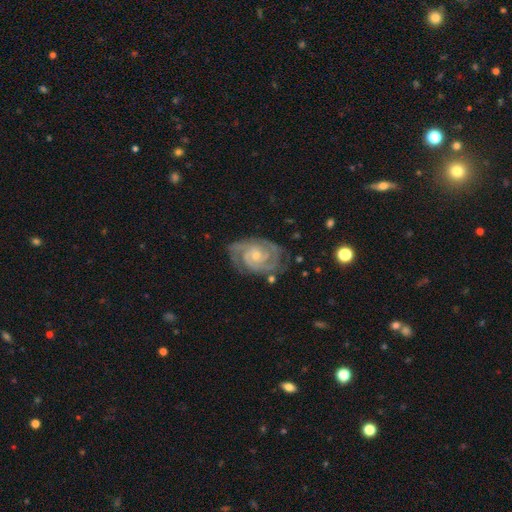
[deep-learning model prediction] Smooth or featured? featured or disk (91%)
Edge-on disk? no (98%)
Bar? no (67%)
Spiral arms? yes (98%)
Spiral winding? tight (68%)
Spiral arm count? 2 (50%)
Bulge size? small (64%)
Merging? none (72%)